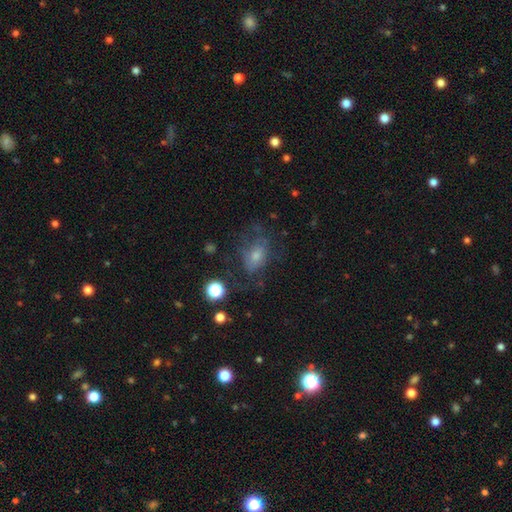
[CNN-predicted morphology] This is marginally a smooth galaxy (42%). Merging: possibly none (54%).